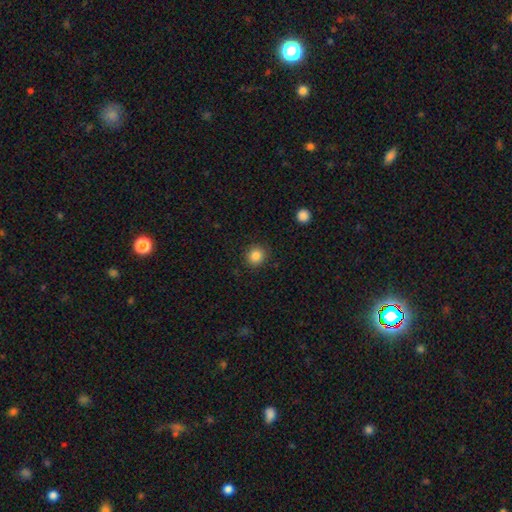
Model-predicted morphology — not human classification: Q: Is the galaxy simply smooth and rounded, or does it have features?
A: smooth — 86%.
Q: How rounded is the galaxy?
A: round — 90%.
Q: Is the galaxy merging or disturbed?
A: none — 90%.